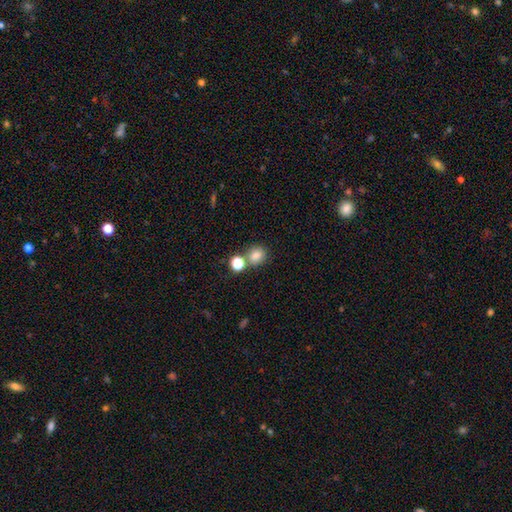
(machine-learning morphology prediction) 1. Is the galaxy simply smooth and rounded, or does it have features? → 80% smooth, 14% star or artifact, 6% featured or disk.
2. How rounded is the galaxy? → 71% round, 28% in between, 1% cigar-shaped.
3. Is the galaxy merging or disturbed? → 66% none, 21% merger, 10% minor disturbance, 4% major disturbance.